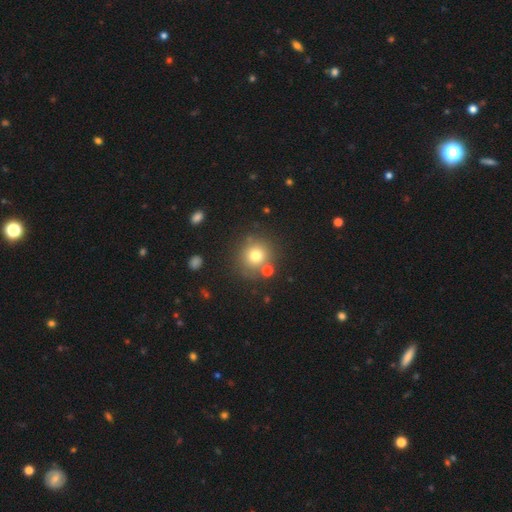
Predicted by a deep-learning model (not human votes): Morphology: type=smooth (74%); roundness=round (91%); merging=none (77%).